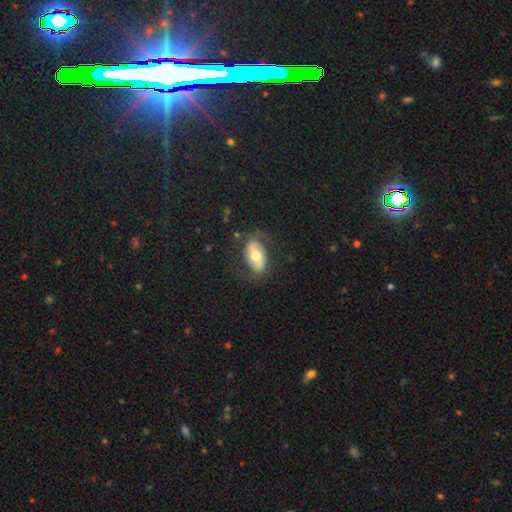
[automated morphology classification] This is possibly a featured or disk galaxy (49%). Merging: likely none (70%).